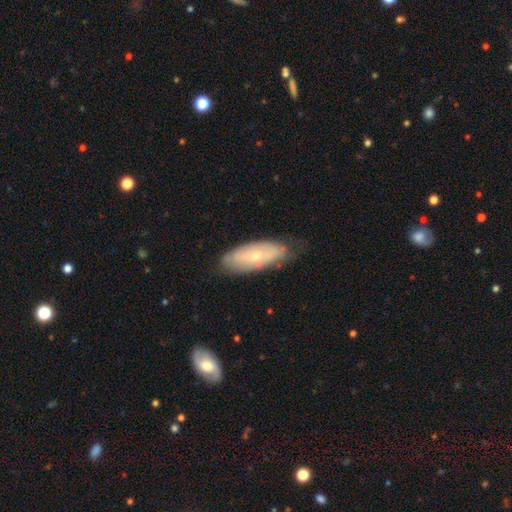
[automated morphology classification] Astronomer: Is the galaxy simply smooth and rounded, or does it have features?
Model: featured or disk — 51% (runner-up: smooth, 43%).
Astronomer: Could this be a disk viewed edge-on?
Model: no — 81%.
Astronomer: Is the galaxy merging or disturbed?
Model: none — 70%.